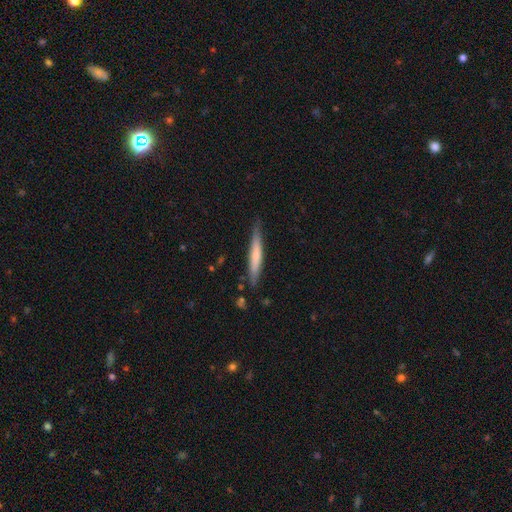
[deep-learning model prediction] Smooth or featured? smooth (57%)
How rounded? cigar-shaped (94%)
Merging? none (82%)